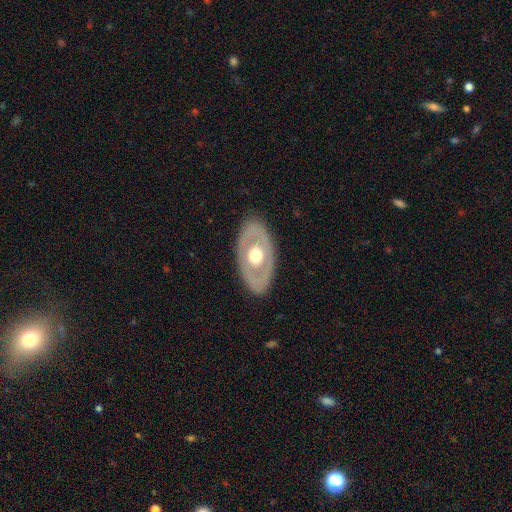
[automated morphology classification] Smooth or featured: featured or disk — 59% (smooth — 37%)
Edge-on disk: no — 86% (yes — 14%)
Bar: no — 91% (weak — 7%)
Spiral arms: no — 91% (yes — 9%)
Bulge size: moderate — 67% (large — 26%)
Merging: none — 84% (minor disturbance — 11%)